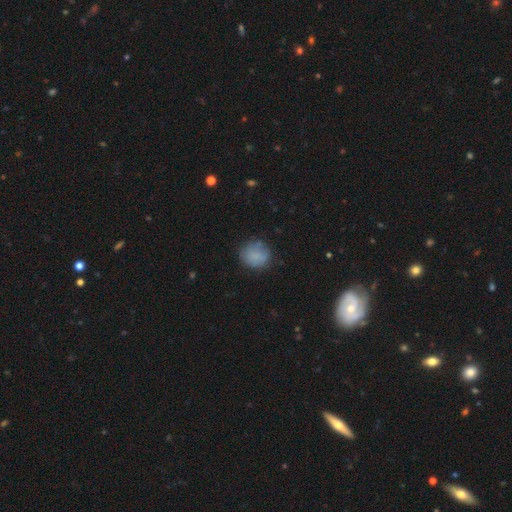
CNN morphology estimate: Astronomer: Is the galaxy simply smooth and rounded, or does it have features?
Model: smooth — 79%.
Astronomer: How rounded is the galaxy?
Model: round — 82%.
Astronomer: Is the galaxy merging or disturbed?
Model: none — 74%.